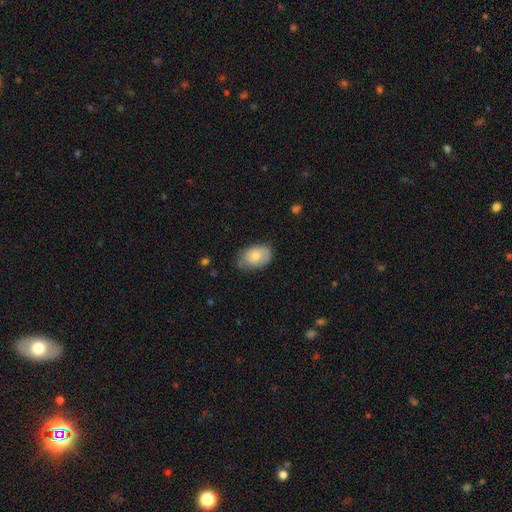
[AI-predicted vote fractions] Smooth or featured?
  - smooth: 76% *
  - featured or disk: 18%
  - star or artifact: 7%
How rounded?
  - in between: 88% *
  - round: 11%
  - cigar-shaped: 1%
Merging?
  - none: 65% *
  - minor disturbance: 28%
  - major disturbance: 5%
  - merger: 2%